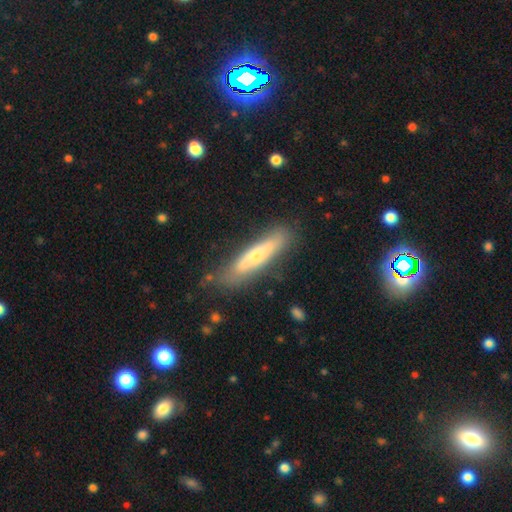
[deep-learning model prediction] smooth_or_featured: featured or disk (p=0.48) [alt: smooth p=0.41]
merging: none (p=0.75) [alt: minor disturbance p=0.19]